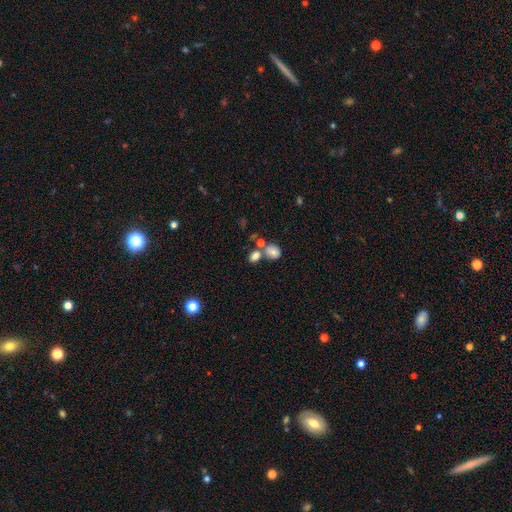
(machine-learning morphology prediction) The model was most divided on "how rounded": in between: 54%, round: 44%, cigar-shaped: 2%. Remaining: smooth or featured — smooth (78%); merging — none (49%).